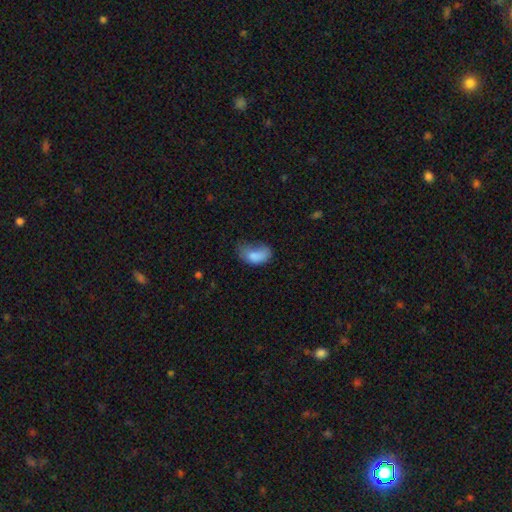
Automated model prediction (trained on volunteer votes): Smooth or featured?
  - smooth: 78% *
  - featured or disk: 14%
  - star or artifact: 9%
How rounded?
  - in between: 91% *
  - round: 8%
  - cigar-shaped: 2%
Merging?
  - major disturbance: 40% *
  - minor disturbance: 33%
  - none: 23%
  - merger: 5%